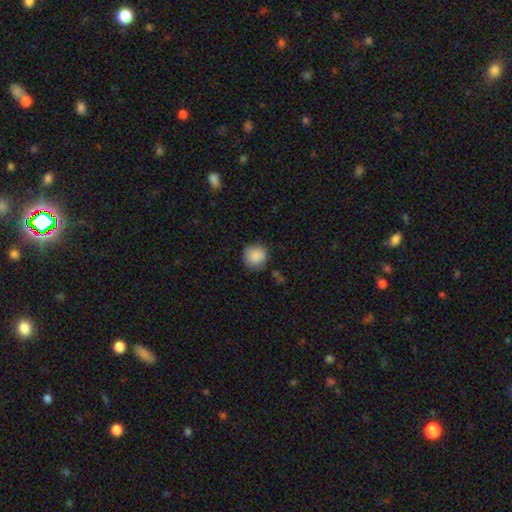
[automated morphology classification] smooth_or_featured: smooth (p=0.87) [alt: star or artifact p=0.07]
how_rounded: round (p=0.91) [alt: in between p=0.08]
merging: none (p=0.81) [alt: minor disturbance p=0.14]